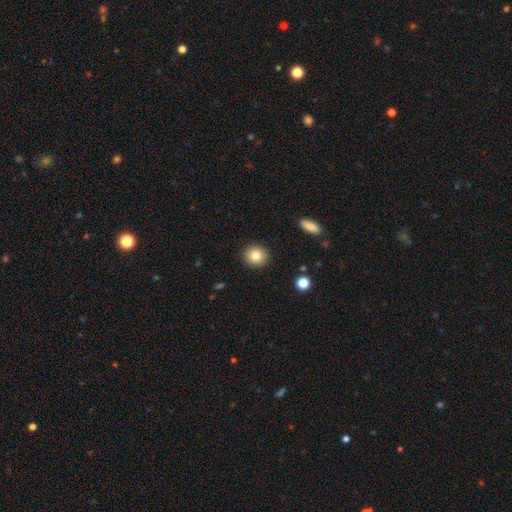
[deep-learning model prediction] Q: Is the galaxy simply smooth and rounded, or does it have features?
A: smooth — 81%.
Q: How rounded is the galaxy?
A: round — 88%.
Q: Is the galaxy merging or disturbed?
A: none — 91%.